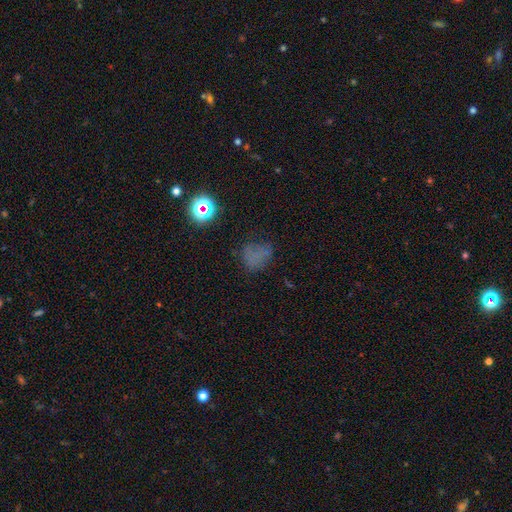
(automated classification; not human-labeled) Smooth or featured: smooth — 51% (star or artifact — 34%)
How rounded: round — 56% (in between — 43%)
Merging: none — 57% (minor disturbance — 23%)